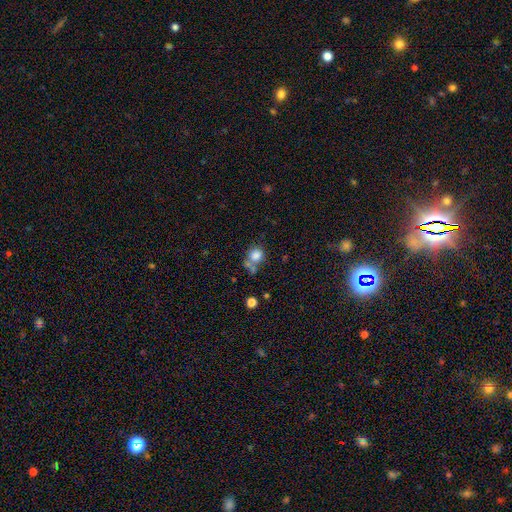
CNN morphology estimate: Q: Smooth or featured?
A: smooth (79%); runner-up: star or artifact (11%)
Q: How rounded?
A: round (77%); runner-up: in between (22%)
Q: Merging?
A: none (46%); runner-up: merger (30%)